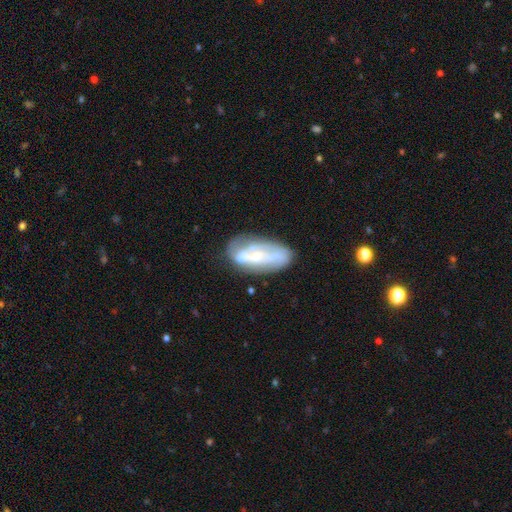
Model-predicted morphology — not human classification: This is possibly a featured or disk galaxy (54%). It is clearly not viewed edge-on (87%). Merging: possibly none (57%).